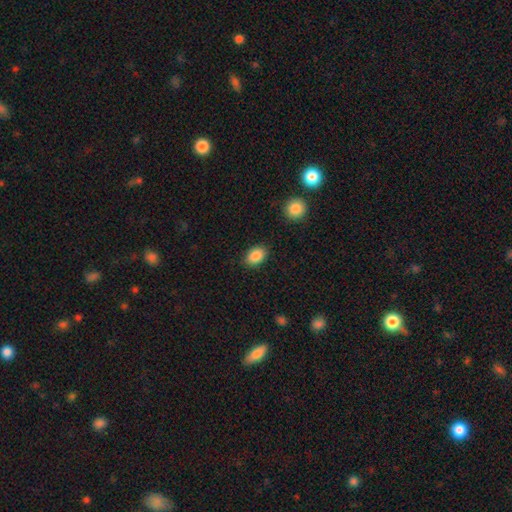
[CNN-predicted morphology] This appears to be a smooth galaxy with no disk features (88%) that is in between round and cigar-shaped (84%). Merging: none (87%).